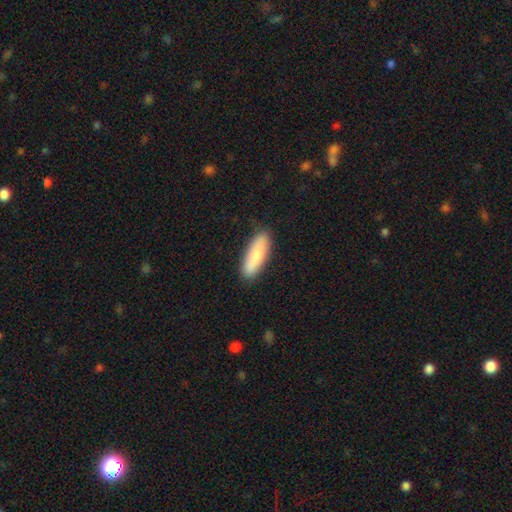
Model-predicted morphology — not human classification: Overall: smooth (82%). How rounded: in between (51%; cigar-shaped 47%). Merging: none (87%).